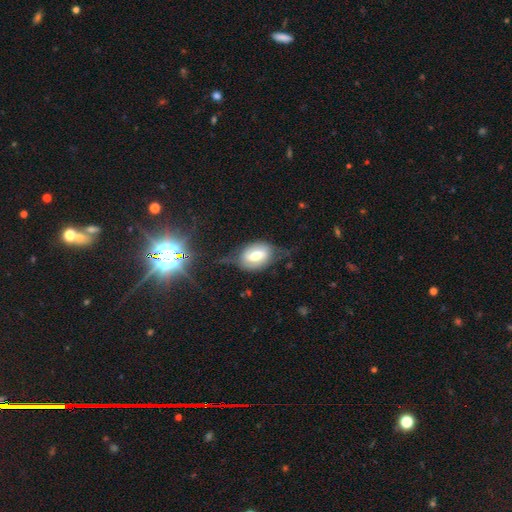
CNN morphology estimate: Smooth or featured? Predicted: featured or disk (p=0.49). Merging? Predicted: none (p=0.52).